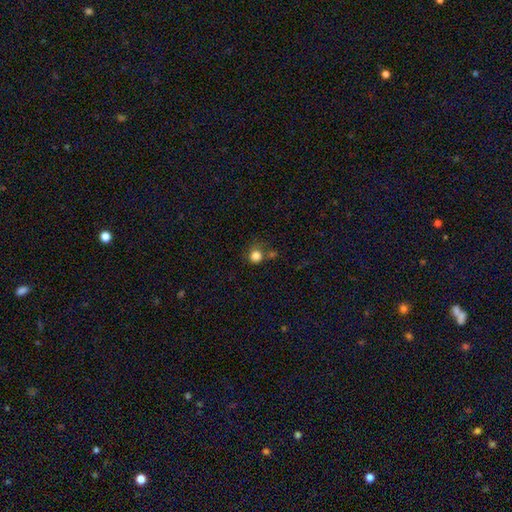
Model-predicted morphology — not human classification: Smooth or featured? smooth (83%)
How rounded? round (88%)
Merging? none (60%)